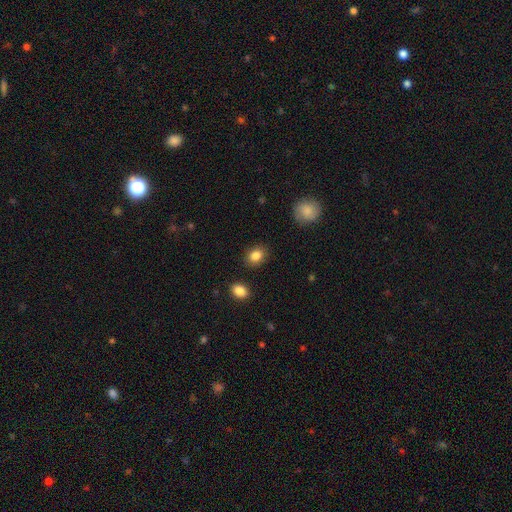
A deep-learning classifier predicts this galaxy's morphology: Smooth or featured? Predicted: smooth (p=0.86). How rounded? Predicted: in between (p=0.54). Merging? Predicted: none (p=0.87).